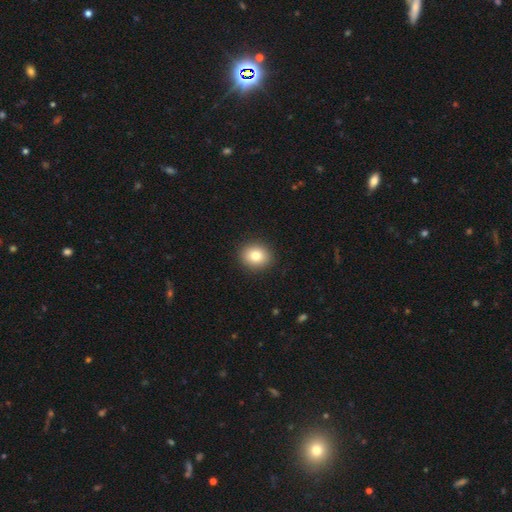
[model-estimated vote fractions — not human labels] smooth 81%, star or artifact 10%, featured or disk 9%. Down the decision tree: how rounded — round (70%); merging — none (91%).